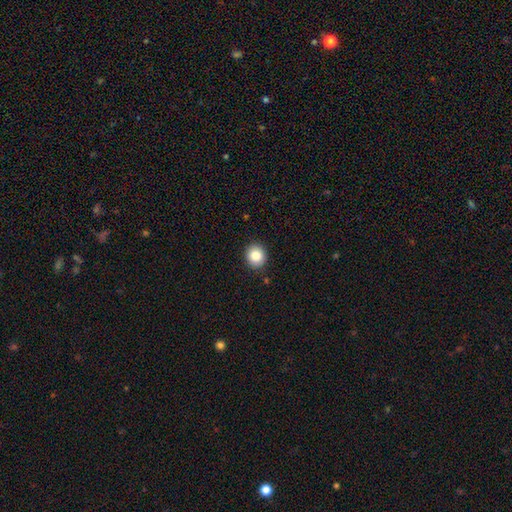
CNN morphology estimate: Q: Smooth or featured?
A: smooth (85%); runner-up: star or artifact (9%)
Q: How rounded?
A: round (84%); runner-up: in between (15%)
Q: Merging?
A: none (91%); runner-up: minor disturbance (6%)